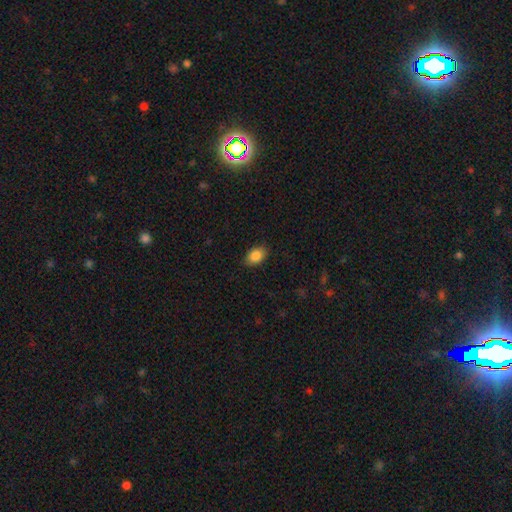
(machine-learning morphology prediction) The model was most divided on "how rounded": in between: 83%, round: 16%, cigar-shaped: 1%. More confident: smooth or featured — smooth (87%); merging — none (86%).